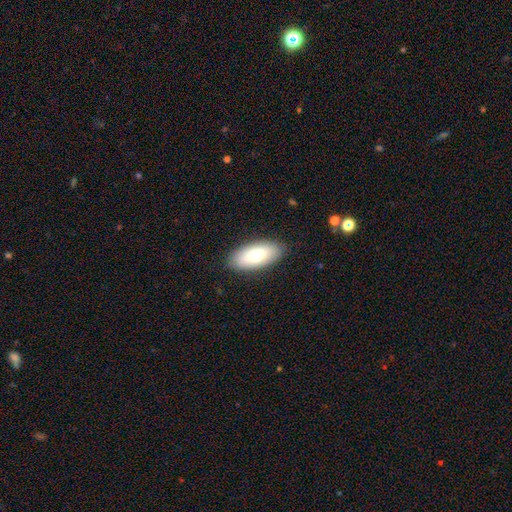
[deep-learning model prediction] Q: Smooth or featured?
A: smooth (72%); runner-up: featured or disk (21%)
Q: How rounded?
A: in between (88%); runner-up: cigar-shaped (9%)
Q: Merging?
A: none (87%); runner-up: minor disturbance (9%)